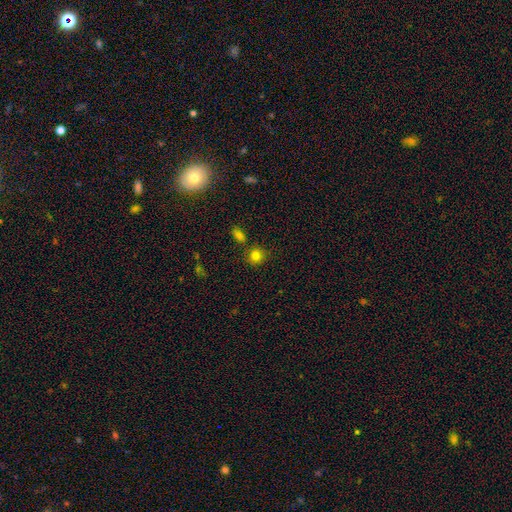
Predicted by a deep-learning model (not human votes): This is clearly a smooth galaxy (80%). How rounded: clearly round (87%). Merging: likely none (80%).